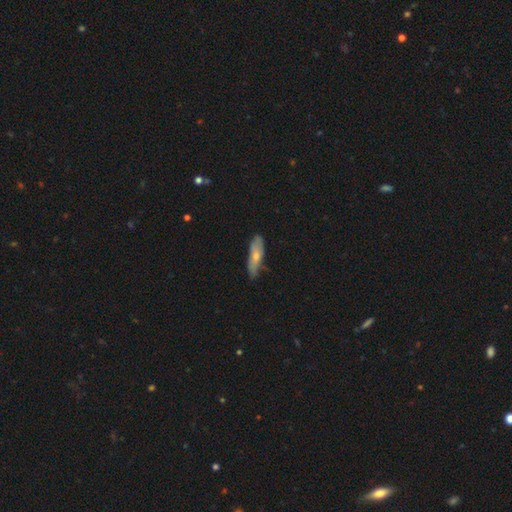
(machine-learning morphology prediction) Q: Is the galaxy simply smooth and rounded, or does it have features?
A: smooth — 60%.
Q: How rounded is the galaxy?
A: cigar-shaped — 55%.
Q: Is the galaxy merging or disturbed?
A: none — 60%.